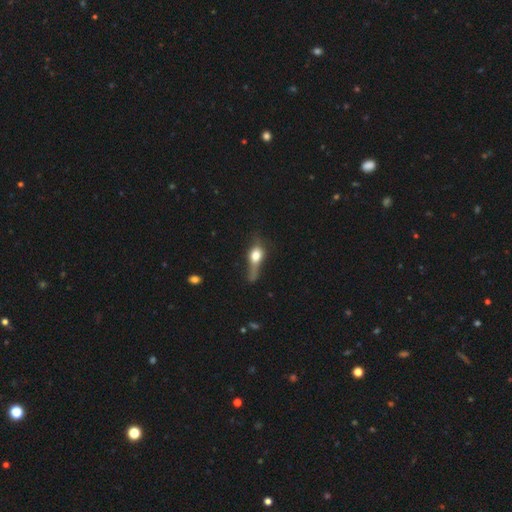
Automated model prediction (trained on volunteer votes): smooth-or-featured: smooth: 57% | featured or disk: 31% | star or artifact: 12%
  how-rounded: in between: 46% | round: 29% | cigar-shaped: 25%
  merging: major disturbance: 37% | none: 29% | minor disturbance: 25% | merger: 9%